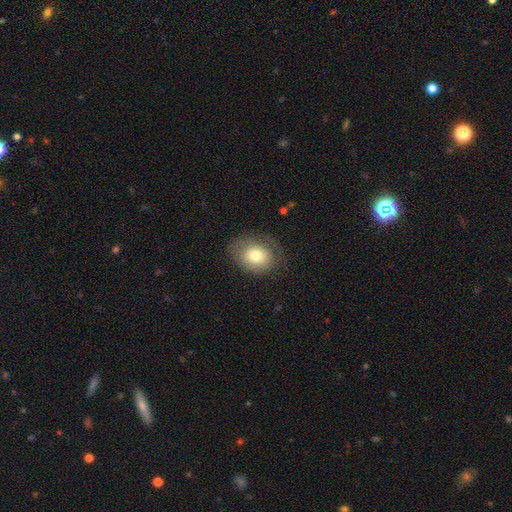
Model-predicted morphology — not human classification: Overall: smooth (74%). How rounded: in between (59%; round 40%). Merging: none (67%).